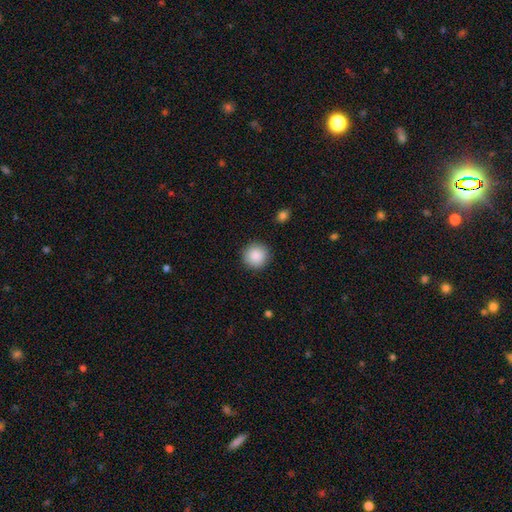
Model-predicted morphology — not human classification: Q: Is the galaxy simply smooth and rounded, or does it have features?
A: smooth — 89%.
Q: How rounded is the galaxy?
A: round — 94%.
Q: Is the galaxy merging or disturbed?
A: none — 91%.